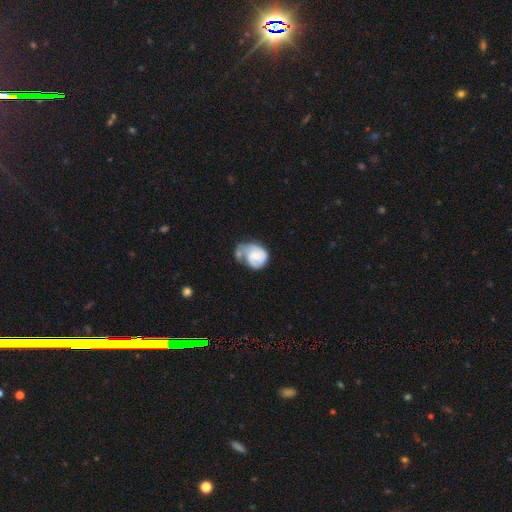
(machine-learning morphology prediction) Smooth or featured?
  - featured or disk: 56% *
  - smooth: 38%
  - star or artifact: 6%
Edge-on disk?
  - no: 98% *
  - yes: 2%
Bar?
  - no: 70% *
  - weak: 25%
  - strong: 4%
Spiral arms?
  - yes: 81% *
  - no: 19%
Bulge size?
  - small: 45% *
  - moderate: 31%
  - none: 16%
  - large: 6%
  - dominant: 2%
Merging?
  - minor disturbance: 28% *
  - major disturbance: 27%
  - none: 23%
  - merger: 21%